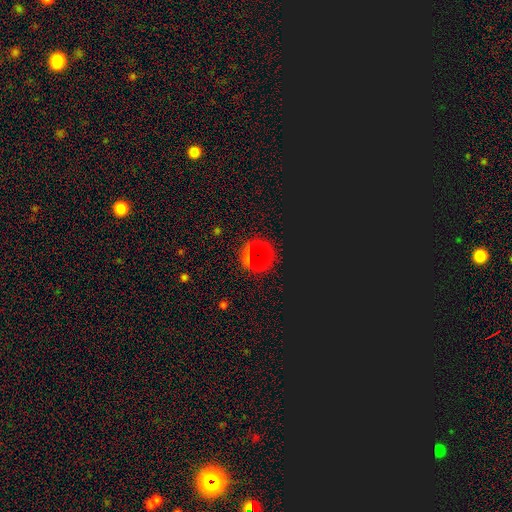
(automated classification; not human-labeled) This is possibly a smooth galaxy (48%). Merging: clearly none (86%).